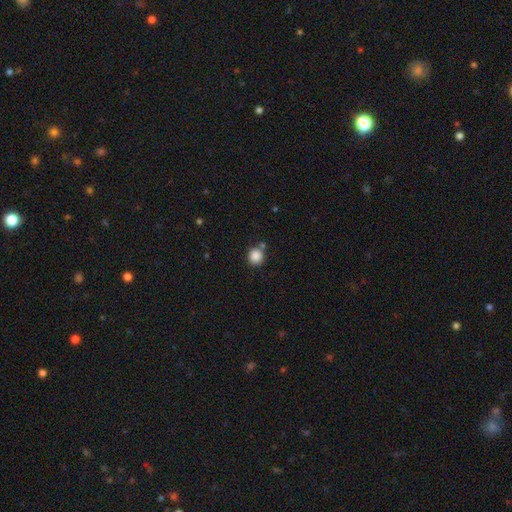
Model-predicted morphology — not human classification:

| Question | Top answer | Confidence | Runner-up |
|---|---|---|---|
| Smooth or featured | smooth | 86% | star or artifact (10%) |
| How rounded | round | 91% | in between (8%) |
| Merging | none | 77% | merger (11%) |